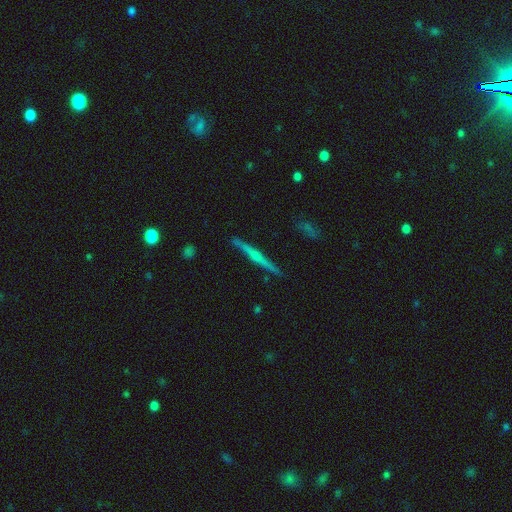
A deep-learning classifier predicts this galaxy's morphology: smooth_or_featured: featured or disk (p=0.69) [alt: smooth p=0.25]
disk_edge_on: yes (p=0.98) [alt: no p=0.02]
edge_on_bulge: rounded (p=0.60) [alt: none p=0.28]
merging: none (p=0.89) [alt: minor disturbance p=0.08]